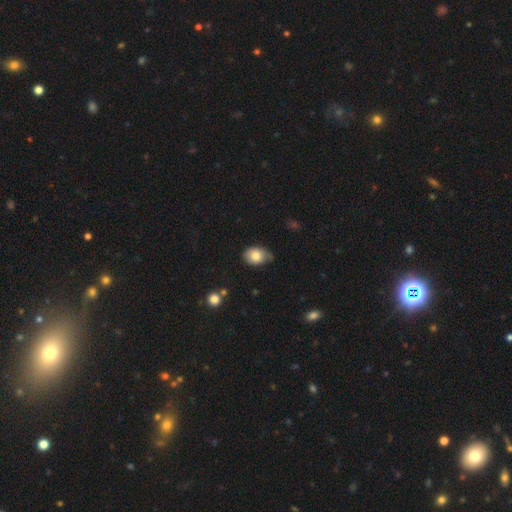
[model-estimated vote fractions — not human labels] smooth_or_featured: smooth (p=0.80) [alt: featured or disk p=0.12]
how_rounded: in between (p=0.77) [alt: round p=0.22]
merging: none (p=0.56) [alt: minor disturbance p=0.35]